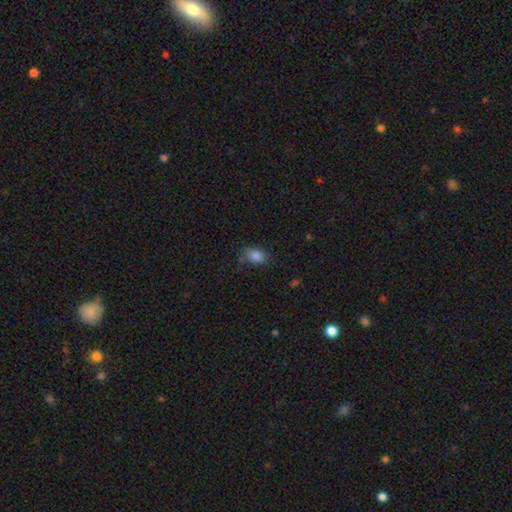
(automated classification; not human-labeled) A smooth galaxy with no disk features (84%) that is in between round and cigar-shaped (66%).

Vote fractions:
- Smooth or featured? smooth: 84% / star or artifact: 10% / featured or disk: 5%
- How rounded? in between: 66% / round: 32% / cigar-shaped: 1%
- Merging? none: 65% / minor disturbance: 25% / major disturbance: 8% / merger: 3%